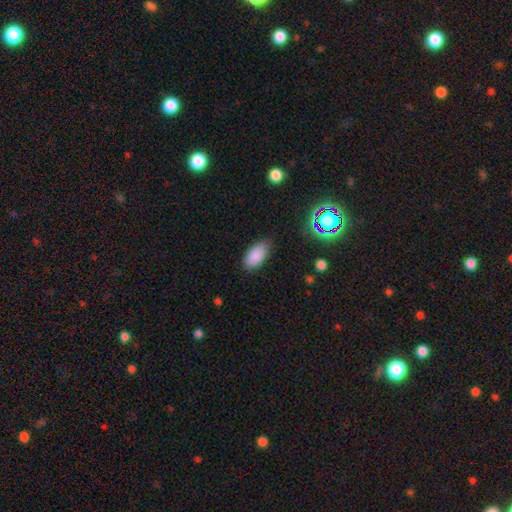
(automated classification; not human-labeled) smooth_or_featured: smooth (p=0.86) [alt: star or artifact p=0.08]
how_rounded: in between (p=0.93) [alt: cigar-shaped p=0.04]
merging: none (p=0.76) [alt: minor disturbance p=0.19]